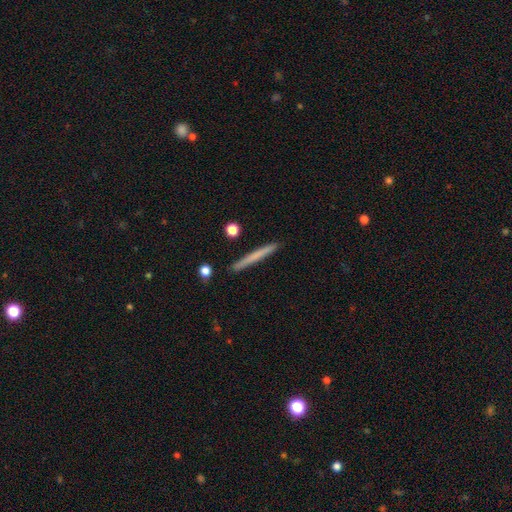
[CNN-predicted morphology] Smooth or featured?
  - smooth: 62% *
  - featured or disk: 32%
  - star or artifact: 6%
How rounded?
  - cigar-shaped: 97% *
  - in between: 2%
  - round: 1%
Merging?
  - none: 91% *
  - minor disturbance: 6%
  - merger: 2%
  - major disturbance: 1%